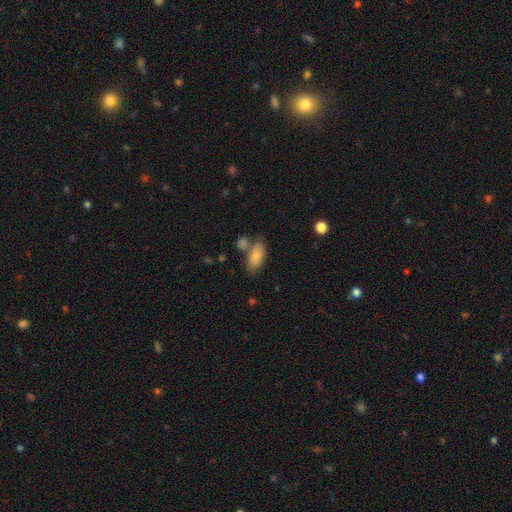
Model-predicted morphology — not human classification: smooth-or-featured: smooth: 84% | featured or disk: 9% | star or artifact: 7%
  how-rounded: in between: 88% | cigar-shaped: 9% | round: 3%
  merging: none: 60% | merger: 21% | minor disturbance: 15% | major disturbance: 5%